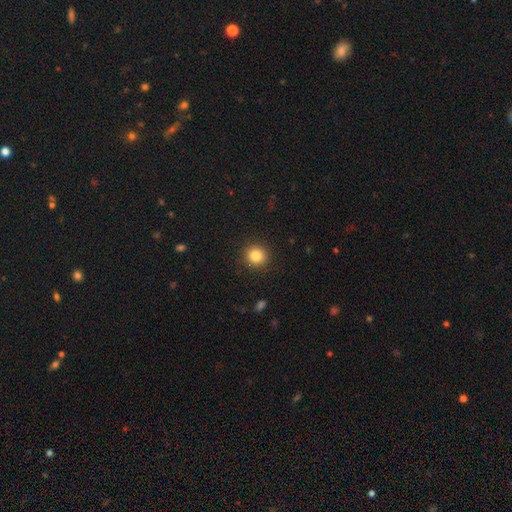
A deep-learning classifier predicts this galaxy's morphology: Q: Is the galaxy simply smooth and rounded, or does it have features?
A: smooth — 84%.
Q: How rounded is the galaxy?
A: round — 92%.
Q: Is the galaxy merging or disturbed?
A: none — 91%.